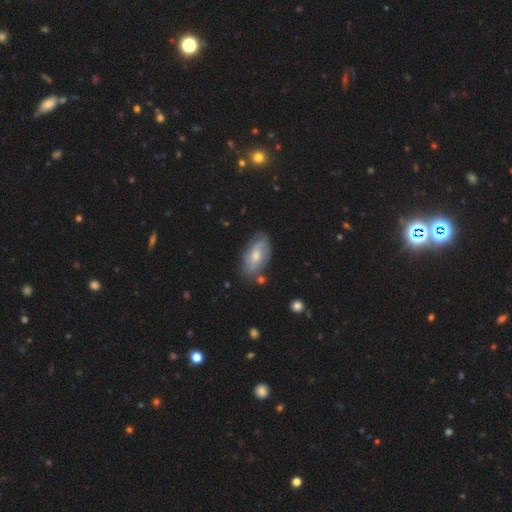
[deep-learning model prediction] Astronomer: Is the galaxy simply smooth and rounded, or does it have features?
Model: featured or disk — 48% (runner-up: smooth, 46%).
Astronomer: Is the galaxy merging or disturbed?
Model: none — 71%.